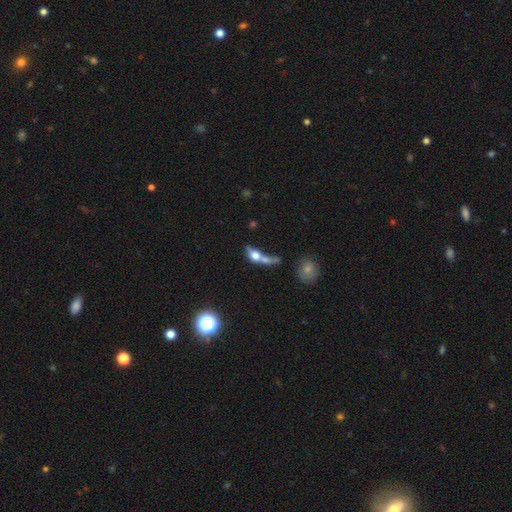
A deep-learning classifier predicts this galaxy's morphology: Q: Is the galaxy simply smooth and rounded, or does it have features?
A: smooth — 62%.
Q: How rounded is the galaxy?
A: in between — 57%.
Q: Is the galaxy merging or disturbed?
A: merger — 57%.